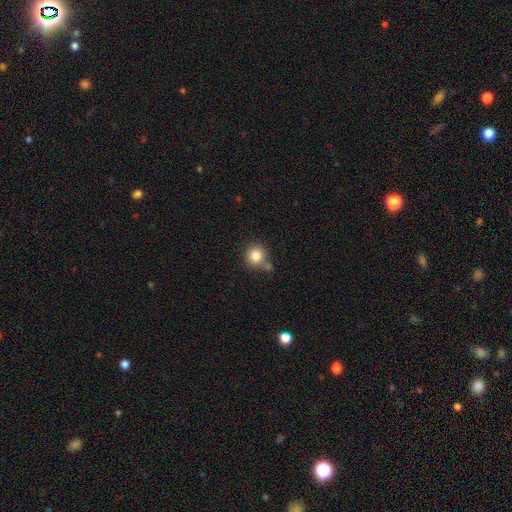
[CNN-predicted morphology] This appears to be a smooth galaxy with no disk features (82%) that is round (90%). Merging: none (64%).